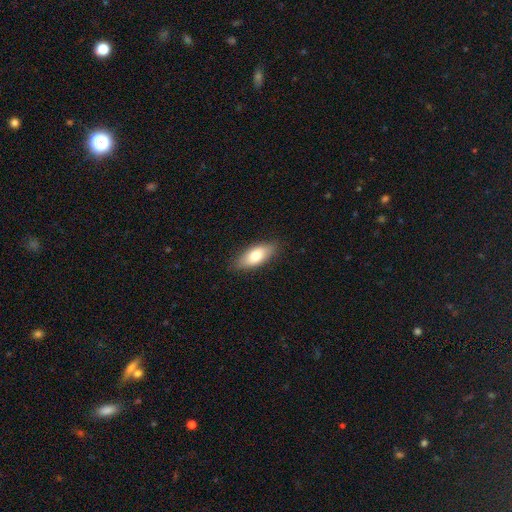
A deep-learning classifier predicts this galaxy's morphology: Smooth or featured? Predicted: smooth (p=0.76). How rounded? Predicted: in between (p=0.81). Merging? Predicted: none (p=0.85).